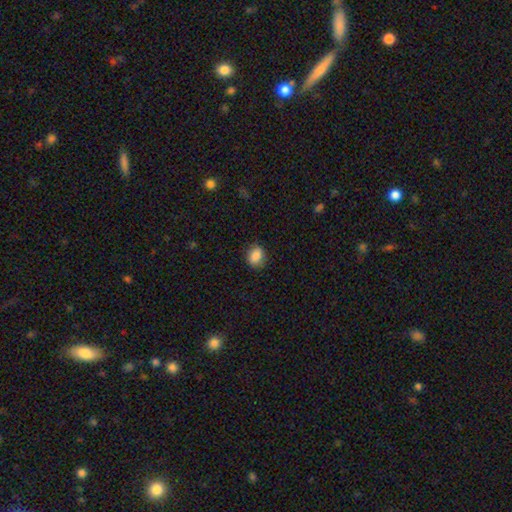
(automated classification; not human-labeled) smooth 86%, star or artifact 8%, featured or disk 5%. Down the decision tree: how rounded — round (52%); merging — none (82%).